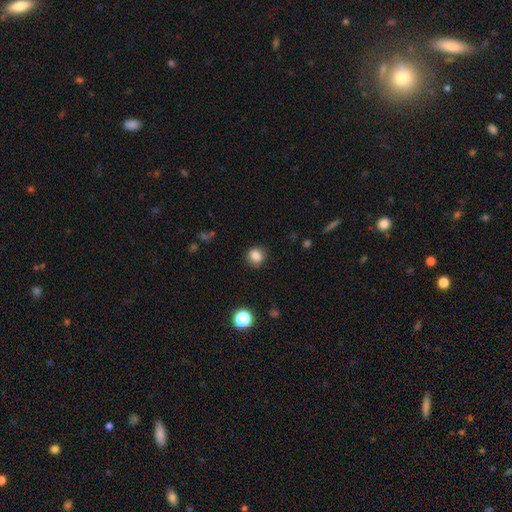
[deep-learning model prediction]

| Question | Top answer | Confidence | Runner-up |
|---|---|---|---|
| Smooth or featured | smooth | 84% | star or artifact (11%) |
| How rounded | round | 74% | in between (25%) |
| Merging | none | 85% | minor disturbance (10%) |